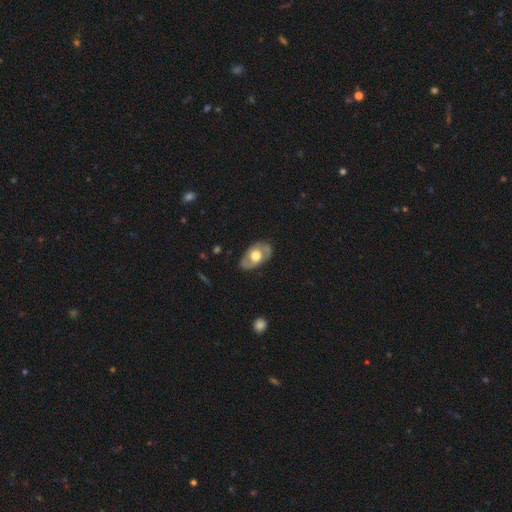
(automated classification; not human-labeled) Smooth or featured? Predicted: featured or disk (p=0.57). Edge-on disk? Predicted: no (p=0.88). Bar? Predicted: no (p=0.84). Spiral arms? Predicted: no (p=0.62). Bulge size? Predicted: moderate (p=0.48). Merging? Predicted: none (p=0.78).